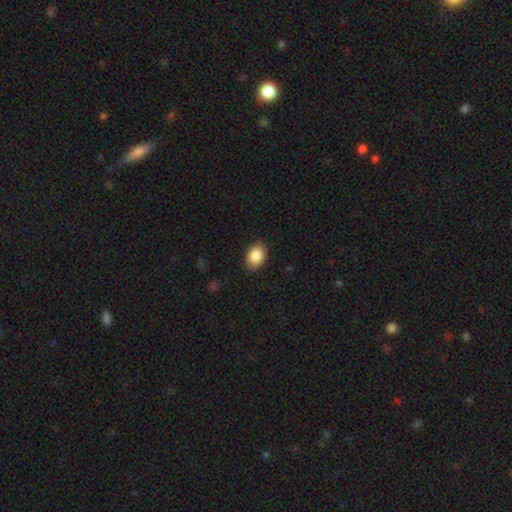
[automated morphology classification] A smooth galaxy with no disk features (87%) that is in between round and cigar-shaped (77%).

Vote fractions:
- Smooth or featured? smooth: 87% / star or artifact: 7% / featured or disk: 5%
- How rounded? in between: 77% / round: 22% / cigar-shaped: 1%
- Merging? none: 86% / minor disturbance: 10% / major disturbance: 2% / merger: 1%